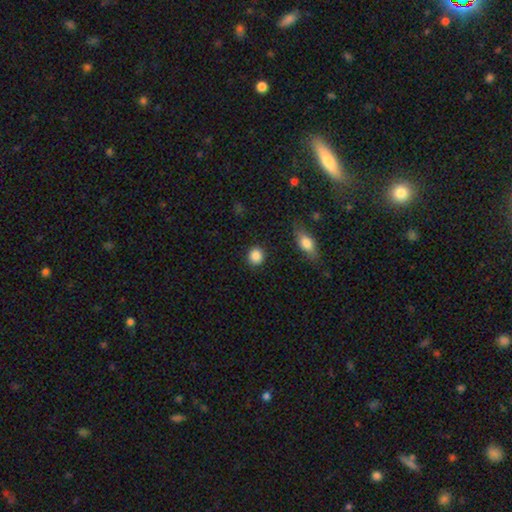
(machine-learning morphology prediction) Smooth or featured? smooth (87%)
How rounded? round (86%)
Merging? none (90%)